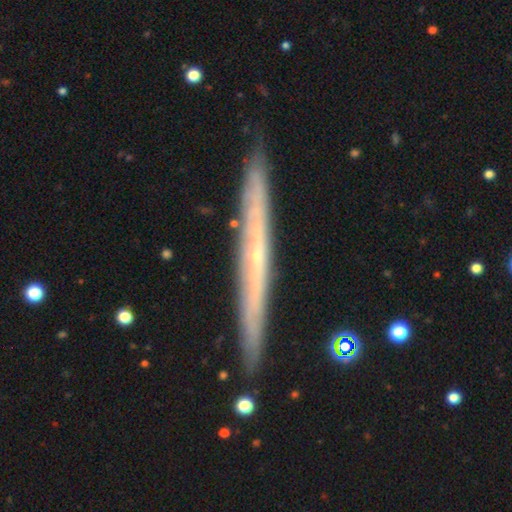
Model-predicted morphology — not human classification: smooth-or-featured: featured or disk: 74% | smooth: 19% | star or artifact: 6%
  disk-edge-on: yes: 94% | no: 6%
    edge-on-bulge: none: 64% | rounded: 33% | boxy: 3%
  merging: none: 89% | minor disturbance: 8% | merger: 1% | major disturbance: 1%